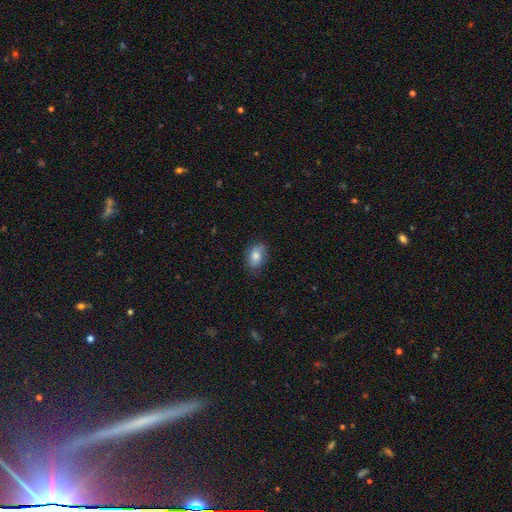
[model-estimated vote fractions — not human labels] smooth_or_featured: smooth (p=0.80) [alt: featured or disk p=0.12]
how_rounded: in between (p=0.87) [alt: round p=0.11]
merging: none (p=0.78) [alt: minor disturbance p=0.17]